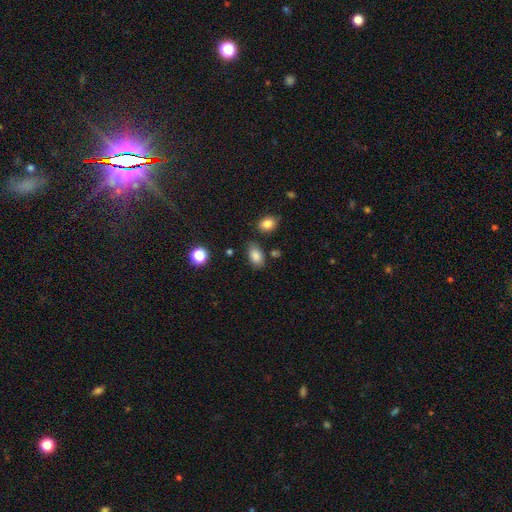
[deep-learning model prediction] This is clearly a smooth galaxy (85%). How rounded: clearly in between (90%). Merging: likely none (78%).